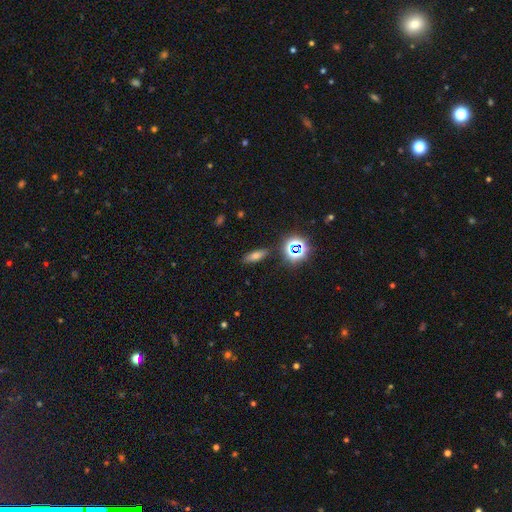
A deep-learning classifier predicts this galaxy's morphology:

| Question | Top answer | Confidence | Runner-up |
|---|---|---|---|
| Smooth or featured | smooth | 62% | star or artifact (21%) |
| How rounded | in between | 58% | cigar-shaped (32%) |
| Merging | none | 87% | minor disturbance (8%) |